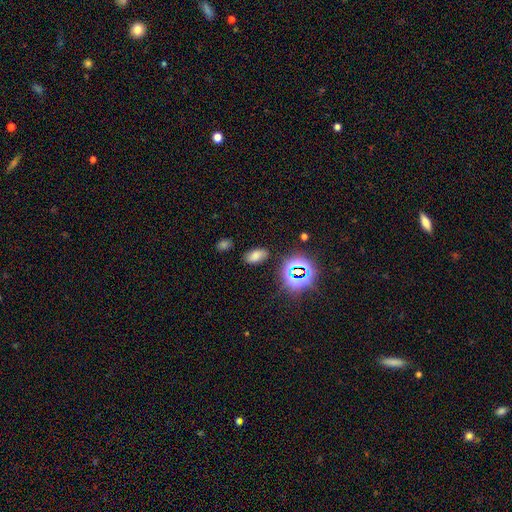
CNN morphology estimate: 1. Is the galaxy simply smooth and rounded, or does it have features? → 65% smooth, 26% star or artifact, 9% featured or disk.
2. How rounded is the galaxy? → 91% in between, 6% round, 3% cigar-shaped.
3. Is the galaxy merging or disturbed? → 83% none, 11% minor disturbance, 3% major disturbance, 2% merger.